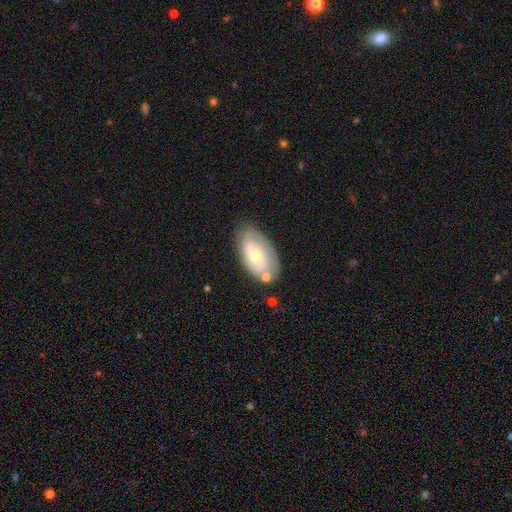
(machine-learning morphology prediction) Smooth or featured? Predicted: featured or disk (p=0.57). Edge-on disk? Predicted: no (p=0.93). Bar? Predicted: no (p=0.63). Spiral arms? Predicted: yes (p=0.76). Bulge size? Predicted: small (p=0.53). Merging? Predicted: none (p=0.66).